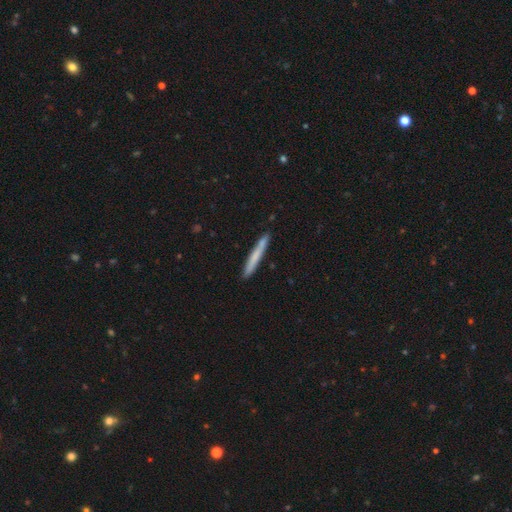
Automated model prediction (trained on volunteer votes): This appears to be a smooth galaxy with no disk features (68%) that is cigar-shaped (97%). Merging: none (89%).